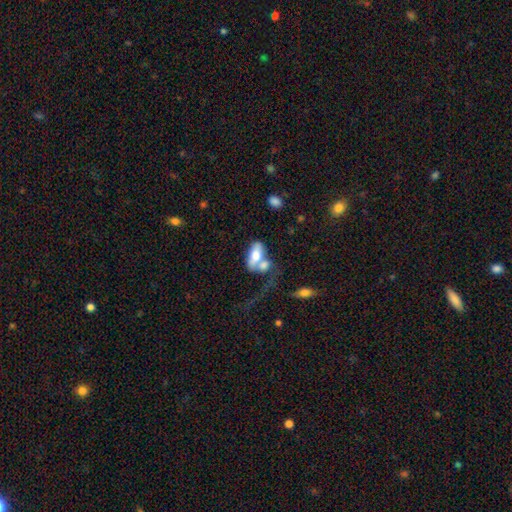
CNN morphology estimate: Overall: smooth (65%; featured or disk 28%). How rounded: in between (87%). Merging: merger (57%; none 20%).